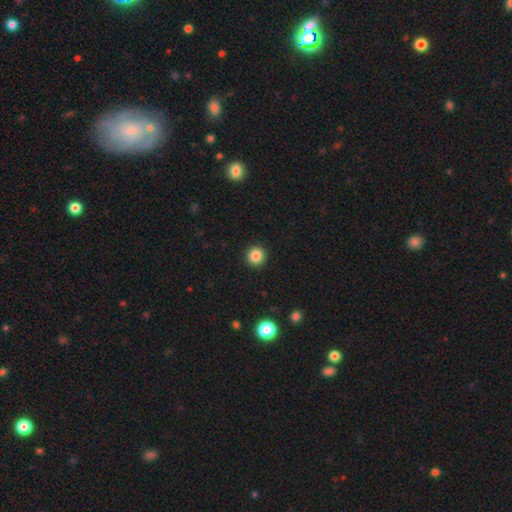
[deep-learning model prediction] smooth 85%, star or artifact 11%, featured or disk 4%. Down the decision tree: how rounded — round (95%); merging — none (93%).